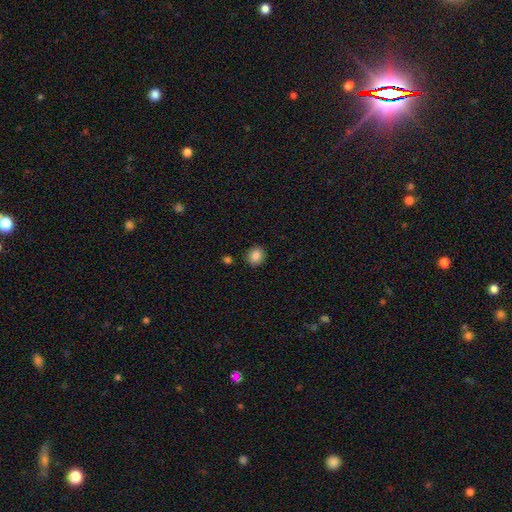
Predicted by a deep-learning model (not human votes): Morphology: type=smooth (86%); roundness=round (73%); merging=none (88%).